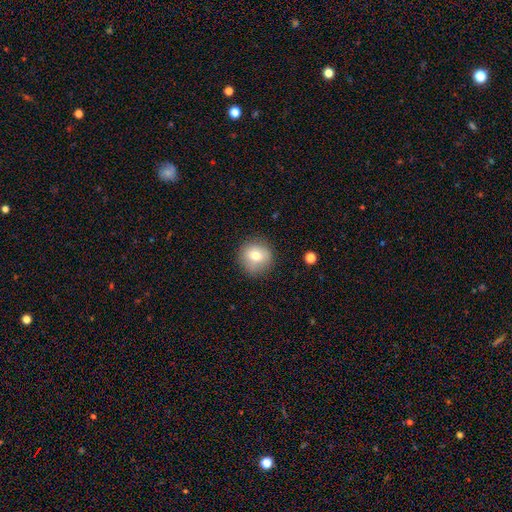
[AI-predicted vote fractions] smooth-or-featured: smooth: 72% | featured or disk: 17% | star or artifact: 10%
  how-rounded: round: 91% | in between: 8% | cigar-shaped: 1%
  merging: none: 85% | minor disturbance: 11% | major disturbance: 3% | merger: 1%